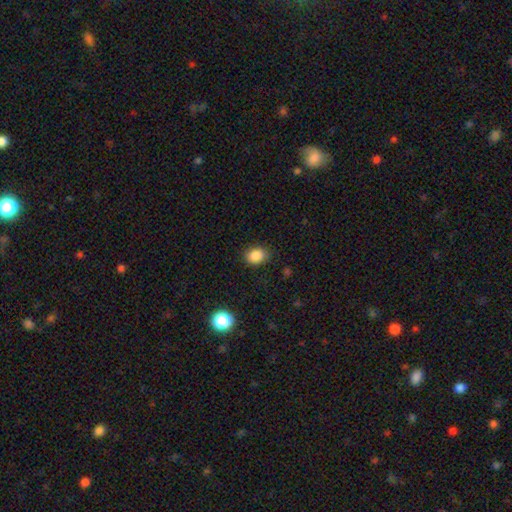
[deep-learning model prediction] Smooth or featured: smooth — 86% (star or artifact — 10%)
How rounded: in between — 57% (round — 42%)
Merging: none — 84% (minor disturbance — 12%)